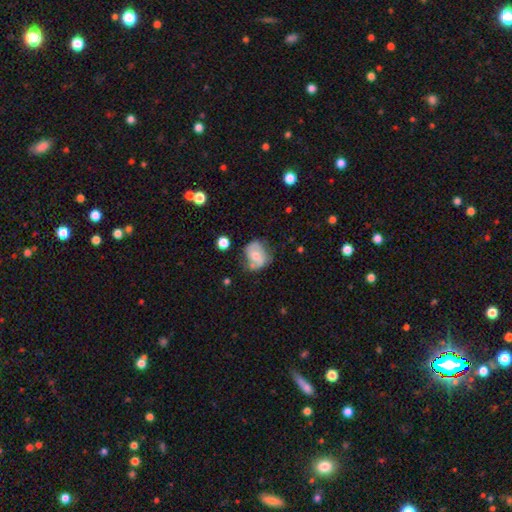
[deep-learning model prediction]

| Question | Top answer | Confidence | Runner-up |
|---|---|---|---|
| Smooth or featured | featured or disk | 53% | smooth (39%) |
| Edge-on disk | no | 96% | yes (4%) |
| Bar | no | 68% | weak (26%) |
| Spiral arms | yes | 68% | no (32%) |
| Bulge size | moderate | 65% | small (28%) |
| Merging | none | 50% | minor disturbance (31%) |